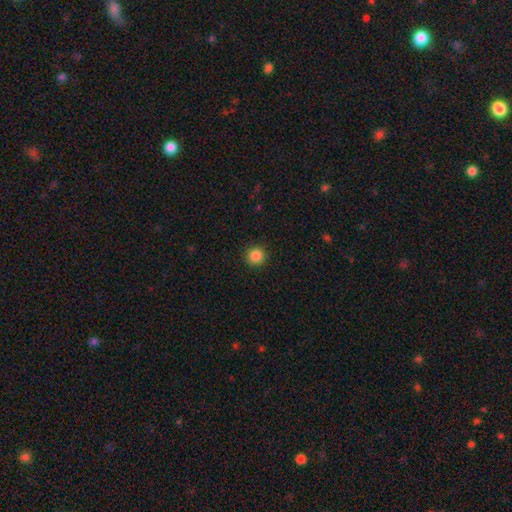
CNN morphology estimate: smooth-or-featured: smooth: 86% | star or artifact: 10% | featured or disk: 3%
  how-rounded: round: 94% | in between: 5% | cigar-shaped: 1%
  merging: none: 92% | minor disturbance: 5% | major disturbance: 2% | merger: 1%